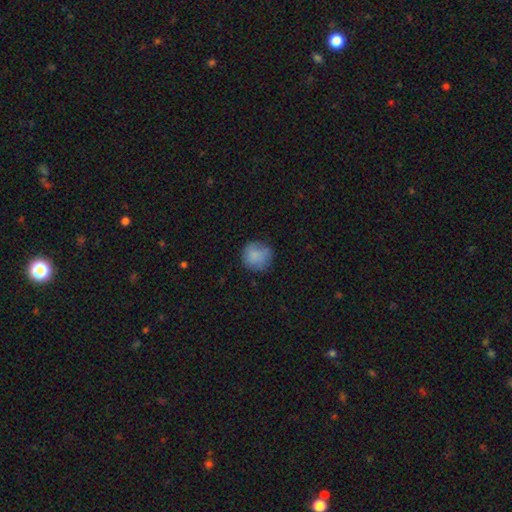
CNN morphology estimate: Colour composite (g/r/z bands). It shows a smooth galaxy with no disk features (85%) that is round (91%). Merging: none (76%).